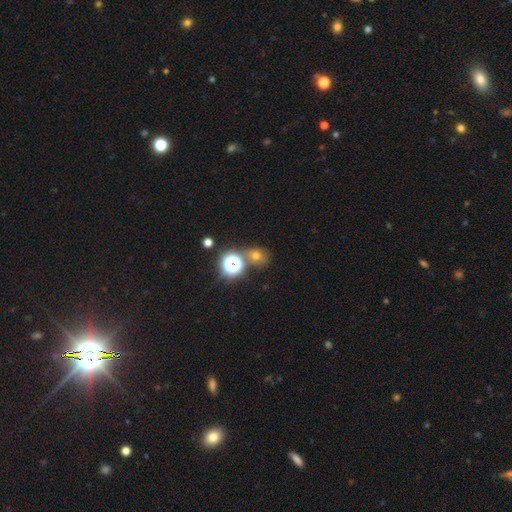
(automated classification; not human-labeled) The model was most divided on "smooth or featured": smooth: 57%, star or artifact: 31%, featured or disk: 12%. More confident: merging — none (67%); how rounded — round (65%).